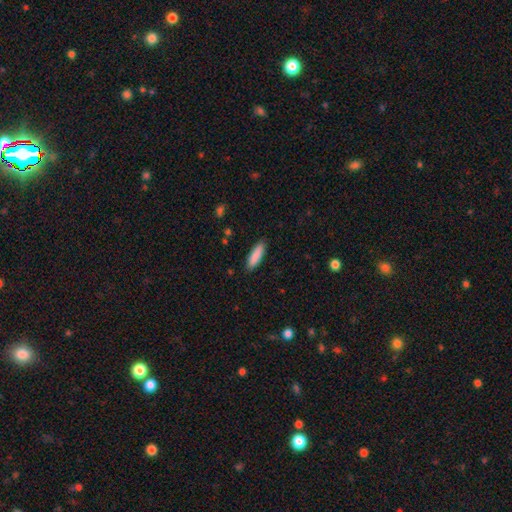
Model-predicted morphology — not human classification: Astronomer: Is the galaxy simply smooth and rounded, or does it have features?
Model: smooth — 88%.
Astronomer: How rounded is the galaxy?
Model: cigar-shaped — 64%.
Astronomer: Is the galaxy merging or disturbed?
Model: none — 89%.